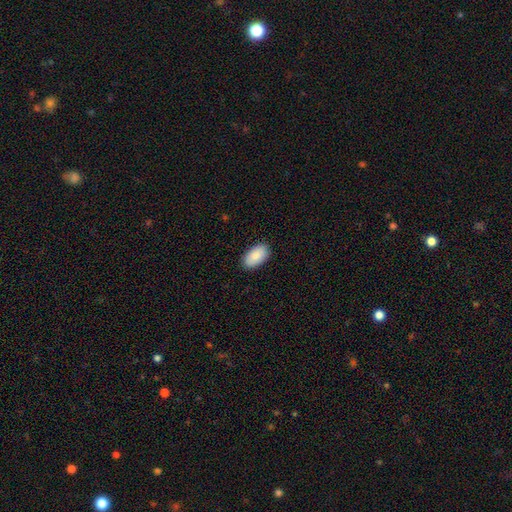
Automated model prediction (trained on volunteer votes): smooth 89%, star or artifact 6%, featured or disk 5%. Down the decision tree: how rounded — in between (95%); merging — none (89%).